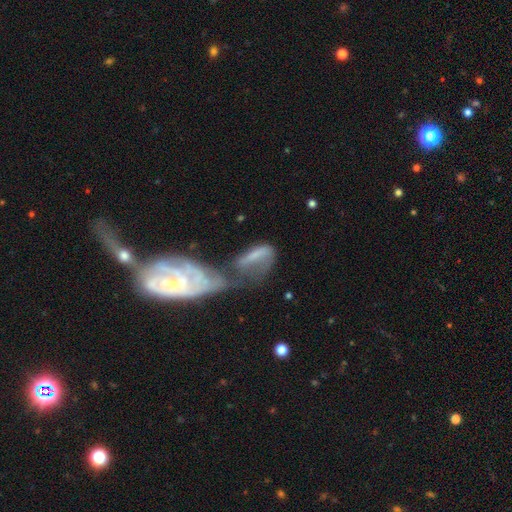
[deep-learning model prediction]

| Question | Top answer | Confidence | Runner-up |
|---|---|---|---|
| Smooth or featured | featured or disk | 50% | smooth (40%) |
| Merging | merger | 60% | major disturbance (19%) |